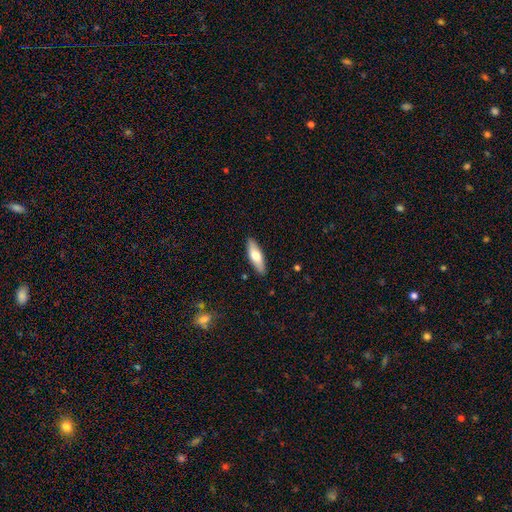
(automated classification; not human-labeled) Morphology: type=smooth (66%); roundness=in between (51%); merging=none (88%).